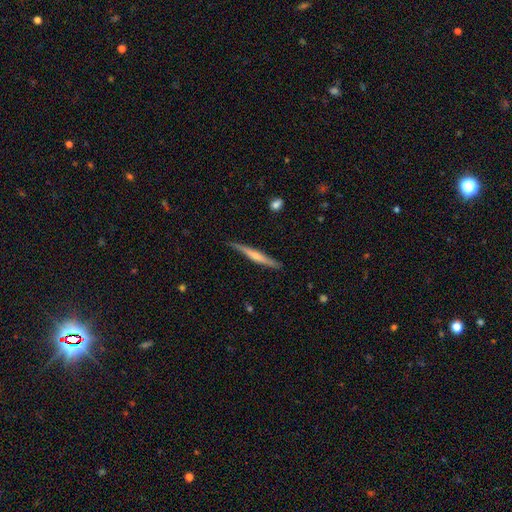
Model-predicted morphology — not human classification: smooth_or_featured: featured or disk (p=0.53) [alt: smooth p=0.41]
disk_edge_on: yes (p=0.96) [alt: no p=0.04]
edge_on_bulge: rounded (p=0.51) [alt: none p=0.37]
merging: none (p=0.82) [alt: minor disturbance p=0.14]